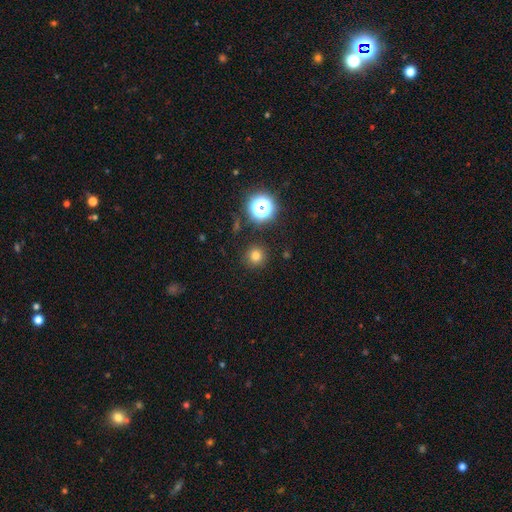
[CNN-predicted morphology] This appears to be a smooth galaxy with no disk features (76%) that is round (95%). Merging: none (90%).